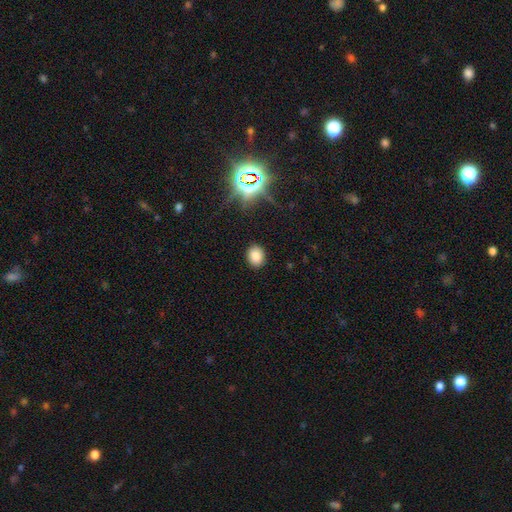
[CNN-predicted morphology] smooth 80%, star or artifact 14%, featured or disk 6%. Down the decision tree: how rounded — round (53%); merging — none (89%).